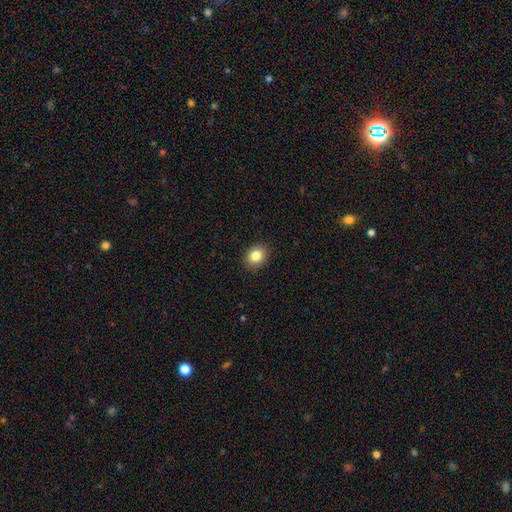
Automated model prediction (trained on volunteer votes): Overall: smooth (83%). How rounded: in between (50%; round 49%). Merging: none (90%).